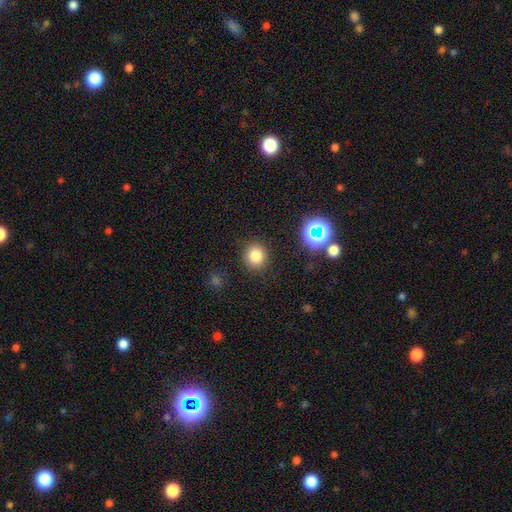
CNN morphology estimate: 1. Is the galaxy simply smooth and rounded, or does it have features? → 80% smooth, 14% star or artifact, 6% featured or disk.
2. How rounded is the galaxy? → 84% round, 15% in between, 1% cigar-shaped.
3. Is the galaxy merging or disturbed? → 88% none, 8% minor disturbance, 3% major disturbance, 2% merger.